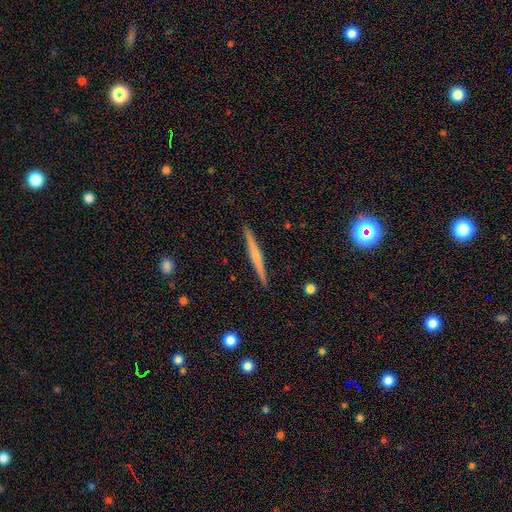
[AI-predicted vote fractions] The model was most divided on "edge-on bulge": rounded: 52%, none: 38%, boxy: 10%. More confident: edge-on disk — yes (98%); merging — none (92%); smooth or featured — featured or disk (60%).